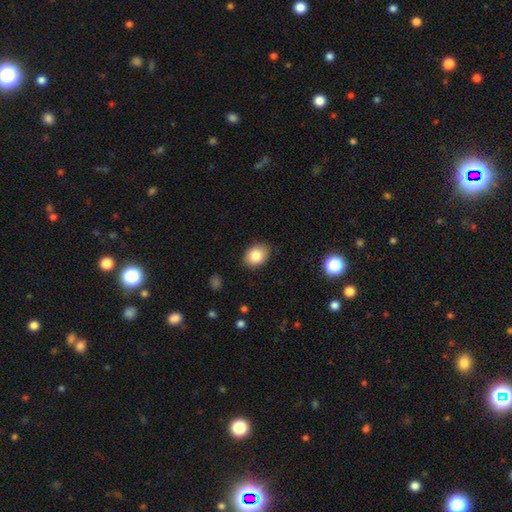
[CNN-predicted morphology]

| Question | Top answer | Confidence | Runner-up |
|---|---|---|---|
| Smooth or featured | smooth | 83% | star or artifact (9%) |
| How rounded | in between | 64% | round (35%) |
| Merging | none | 87% | minor disturbance (10%) |